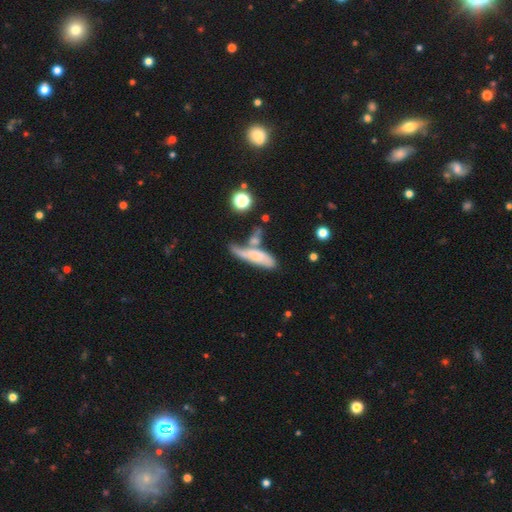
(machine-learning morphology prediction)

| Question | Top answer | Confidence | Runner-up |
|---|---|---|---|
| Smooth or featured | smooth | 60% | featured or disk (31%) |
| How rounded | cigar-shaped | 56% | in between (41%) |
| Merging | merger | 39% | none (26%) |